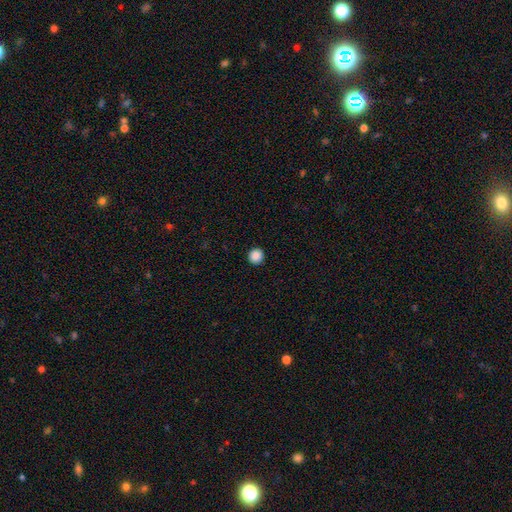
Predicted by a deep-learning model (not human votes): smooth_or_featured: smooth (p=0.88) [alt: star or artifact p=0.10]
how_rounded: round (p=0.95) [alt: in between p=0.04]
merging: none (p=0.94) [alt: minor disturbance p=0.04]